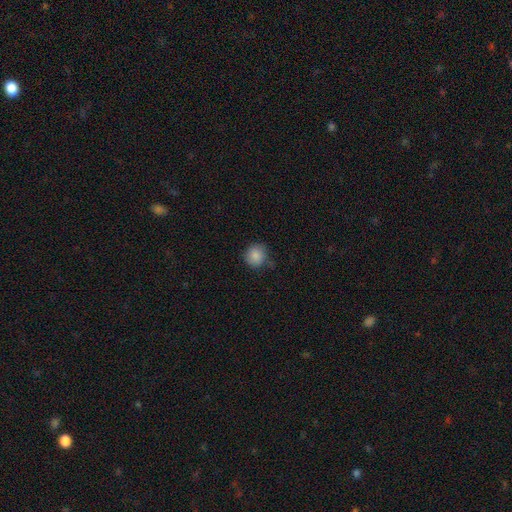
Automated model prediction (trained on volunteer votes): smooth_or_featured: smooth (p=0.87) [alt: star or artifact p=0.09]
how_rounded: round (p=0.89) [alt: in between p=0.10]
merging: none (p=0.76) [alt: minor disturbance p=0.19]